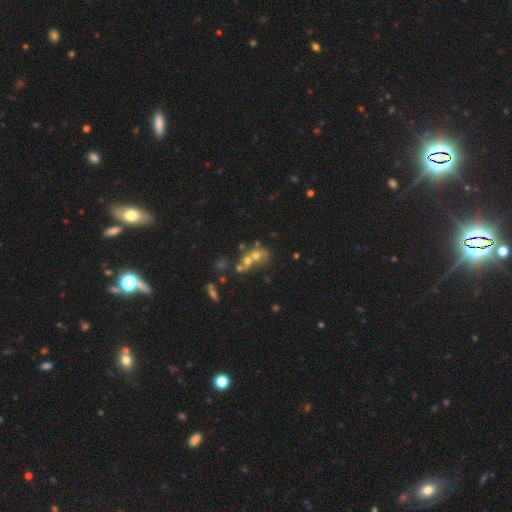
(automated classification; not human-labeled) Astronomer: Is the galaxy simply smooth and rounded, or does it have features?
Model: smooth — 49% (runner-up: featured or disk, 31%).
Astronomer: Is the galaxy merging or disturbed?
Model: merger — 58%.